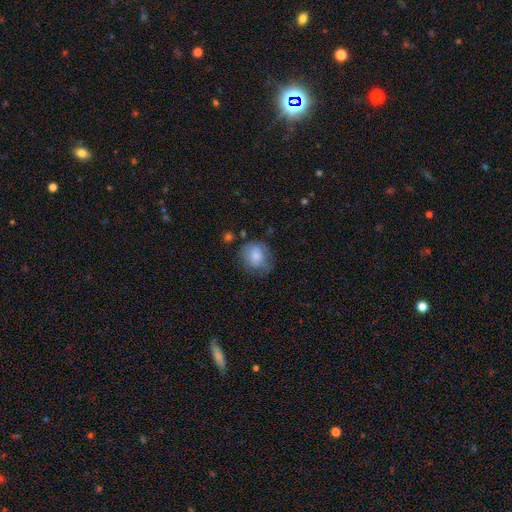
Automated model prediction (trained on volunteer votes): A smooth galaxy with no disk features (76%) that is round (70%). Merging: none (57%).